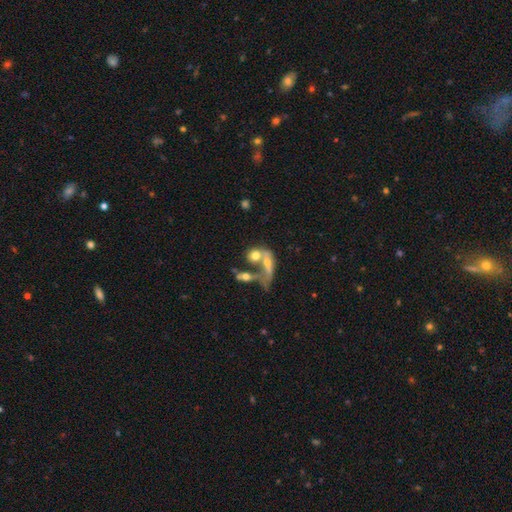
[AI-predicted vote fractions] Smooth or featured? smooth (54%)
How rounded? in between (52%)
Merging? merger (61%)